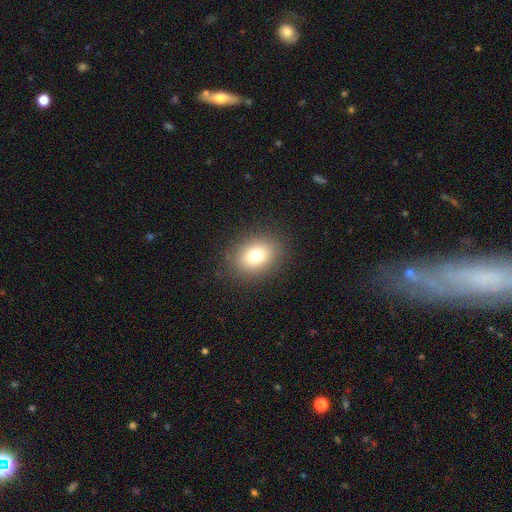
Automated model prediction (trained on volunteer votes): smooth 76%, star or artifact 13%, featured or disk 11%. Down the decision tree: how rounded — in between (54%); merging — none (87%).